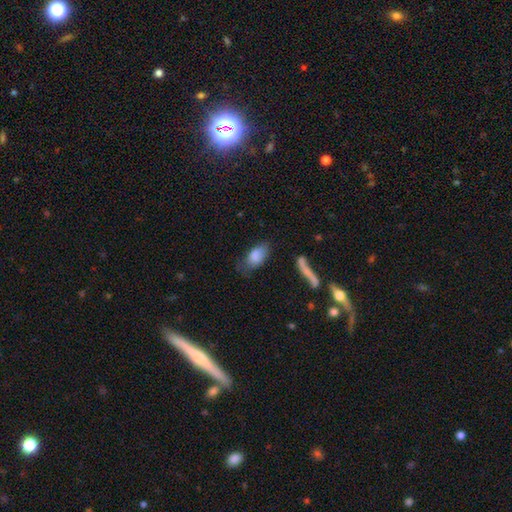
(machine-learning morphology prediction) smooth_or_featured: smooth (p=0.81) [alt: featured or disk p=0.12]
how_rounded: in between (p=0.91) [alt: cigar-shaped p=0.05]
merging: none (p=0.49) [alt: minor disturbance p=0.30]